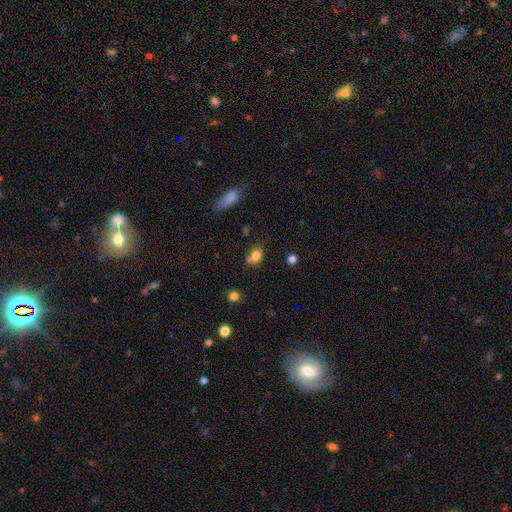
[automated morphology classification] Smooth or featured? Predicted: smooth (p=0.79). How rounded? Predicted: round (p=0.53). Merging? Predicted: none (p=0.55).